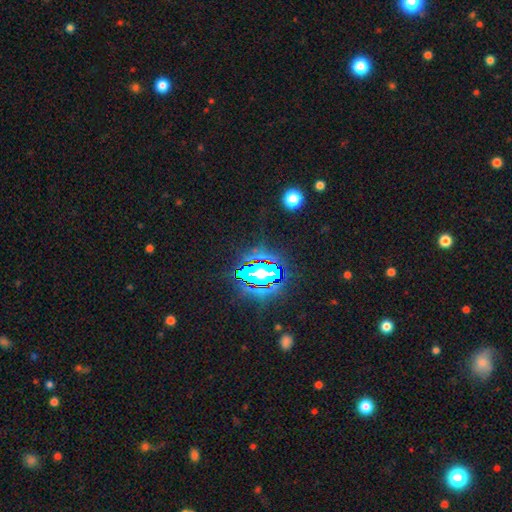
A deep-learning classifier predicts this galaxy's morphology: Q: Smooth or featured?
A: star or artifact (84%); runner-up: smooth (9%)